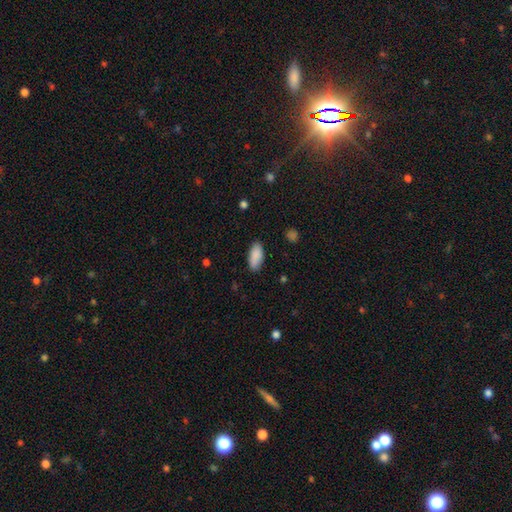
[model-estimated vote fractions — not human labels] smooth 89%, star or artifact 6%, featured or disk 4%. Down the decision tree: how rounded — in between (88%); merging — none (85%).